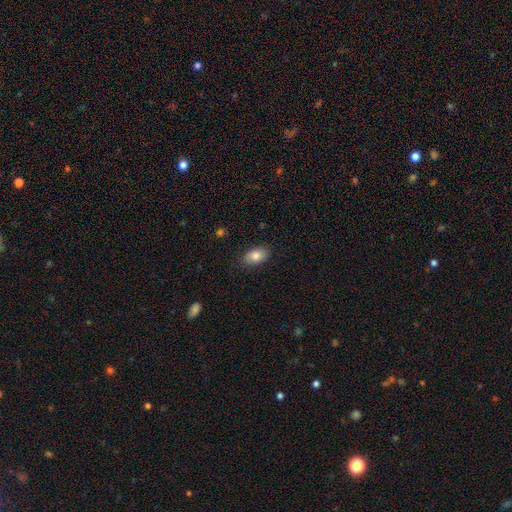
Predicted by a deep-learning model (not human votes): smooth_or_featured: smooth (p=0.84) [alt: featured or disk p=0.09]
how_rounded: in between (p=0.91) [alt: round p=0.08]
merging: none (p=0.84) [alt: minor disturbance p=0.12]